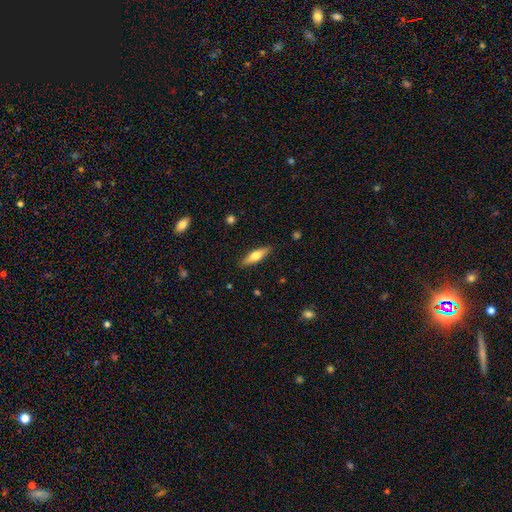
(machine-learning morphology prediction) smooth_or_featured: smooth (p=0.54) [alt: featured or disk p=0.40]
how_rounded: cigar-shaped (p=0.60) [alt: in between p=0.38]
merging: none (p=0.88) [alt: minor disturbance p=0.09]